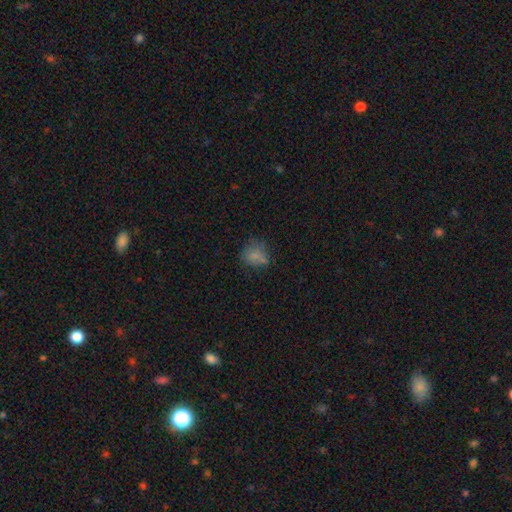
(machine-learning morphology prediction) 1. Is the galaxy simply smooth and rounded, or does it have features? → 72% smooth, 15% star or artifact, 13% featured or disk.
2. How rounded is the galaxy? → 67% round, 32% in between, 1% cigar-shaped.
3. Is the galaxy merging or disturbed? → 60% none, 23% minor disturbance, 11% major disturbance, 6% merger.